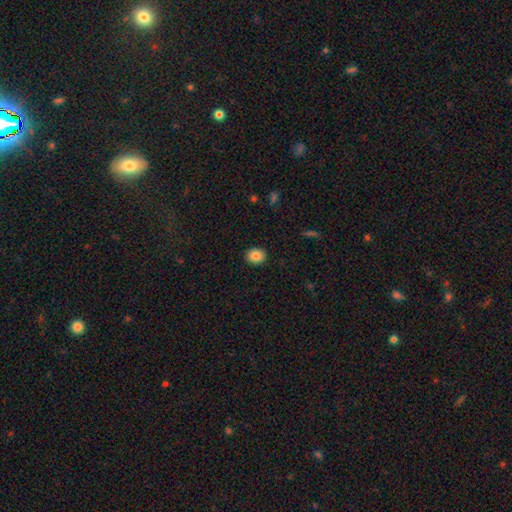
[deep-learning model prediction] smooth_or_featured: smooth (p=0.85) [alt: star or artifact p=0.09]
how_rounded: round (p=0.55) [alt: in between p=0.45]
merging: none (p=0.90) [alt: minor disturbance p=0.07]